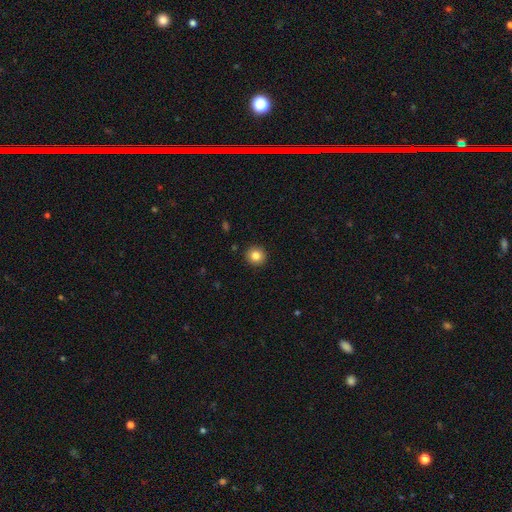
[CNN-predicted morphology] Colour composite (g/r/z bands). It shows a smooth galaxy with no disk features (84%) that is round (94%). Merging: none (93%).